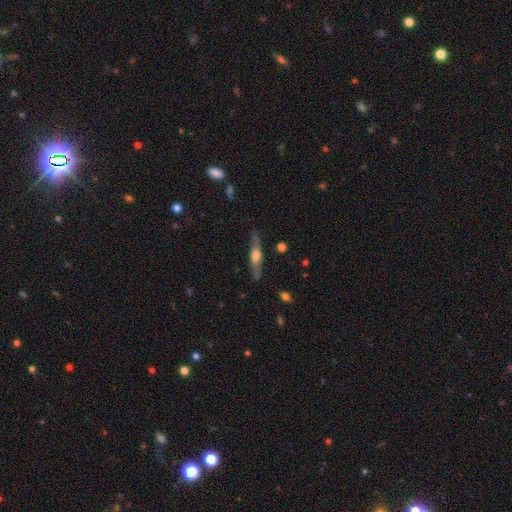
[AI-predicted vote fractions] This appears to be a featured or disk galaxy (56%) viewed edge-on (90%). Merging: none (82%).